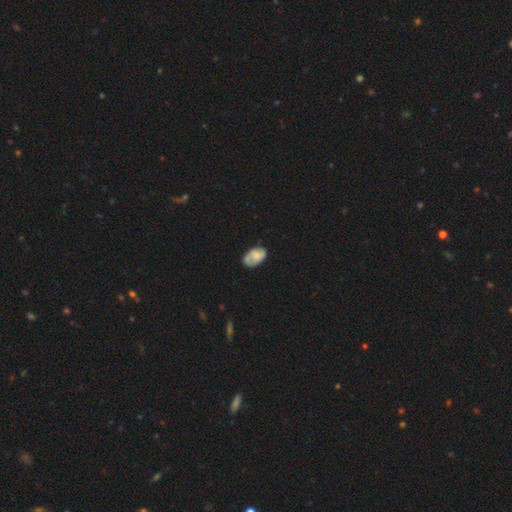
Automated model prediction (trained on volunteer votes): smooth-or-featured: smooth: 51% | featured or disk: 42% | star or artifact: 7%
  how-rounded: in between: 89% | round: 9% | cigar-shaped: 2%
  merging: none: 58% | minor disturbance: 29% | major disturbance: 9% | merger: 3%